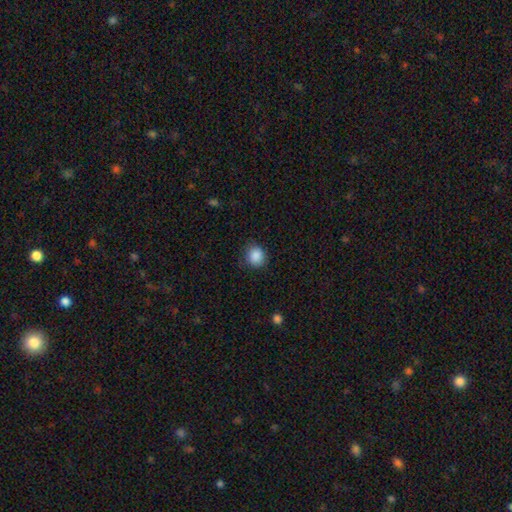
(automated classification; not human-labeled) Smooth or featured? Predicted: smooth (p=0.88). How rounded? Predicted: round (p=0.81). Merging? Predicted: none (p=0.83).